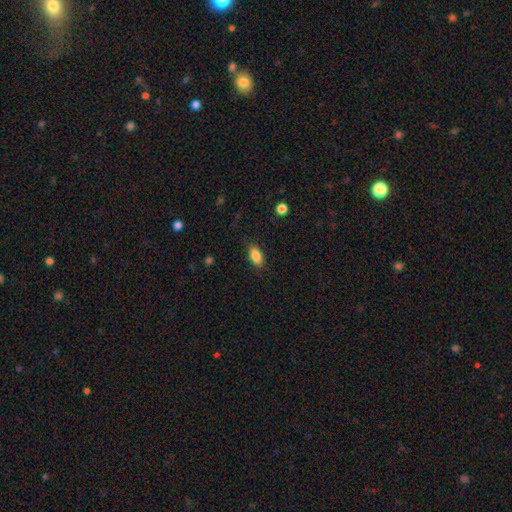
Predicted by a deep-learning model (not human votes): smooth_or_featured: smooth (p=0.87) [alt: star or artifact p=0.08]
how_rounded: in between (p=0.89) [alt: cigar-shaped p=0.07]
merging: none (p=0.84) [alt: minor disturbance p=0.12]